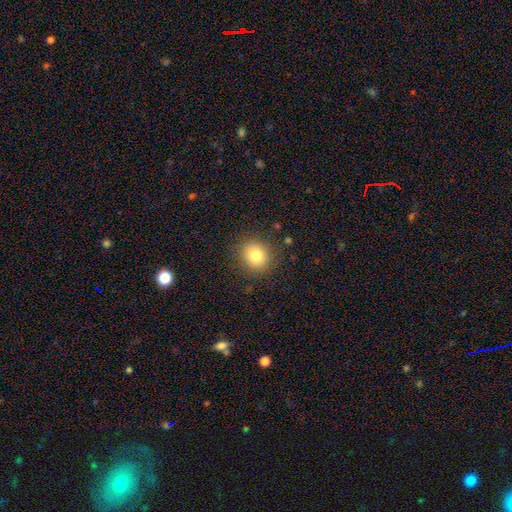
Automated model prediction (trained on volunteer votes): Morphology: type=smooth (81%); roundness=round (80%); merging=none (88%).